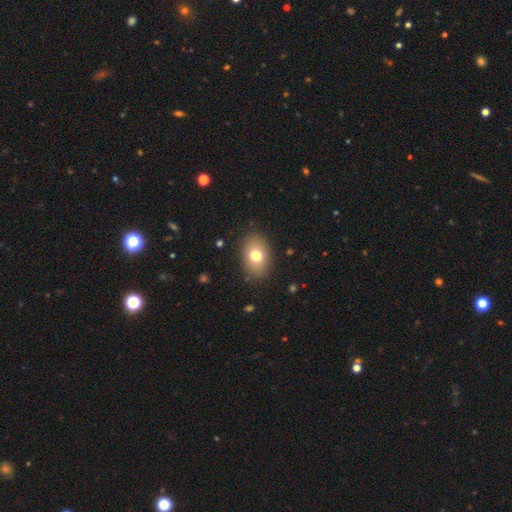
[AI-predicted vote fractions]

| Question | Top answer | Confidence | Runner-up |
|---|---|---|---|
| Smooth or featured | smooth | 75% | featured or disk (17%) |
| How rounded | in between | 84% | round (15%) |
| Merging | none | 86% | minor disturbance (10%) |